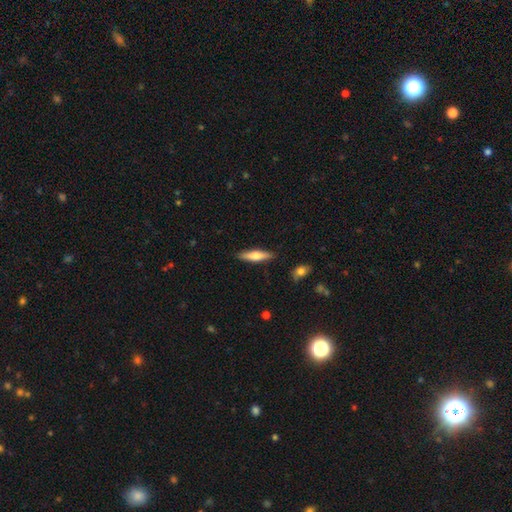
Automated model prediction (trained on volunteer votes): smooth 57%, featured or disk 38%, star or artifact 6%. Down the decision tree: how rounded — cigar-shaped (74%); merging — none (89%).